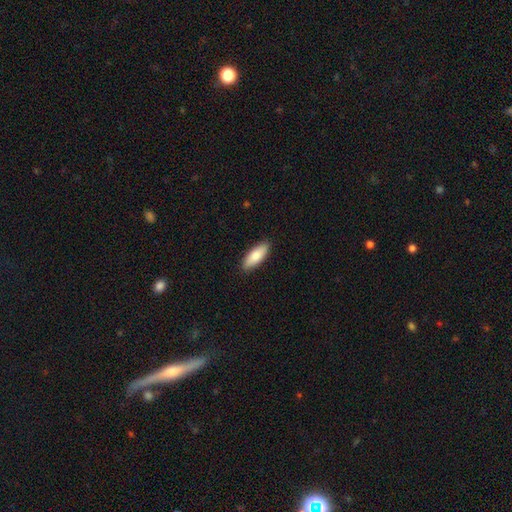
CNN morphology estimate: smooth 81%, featured or disk 13%, star or artifact 6%. Down the decision tree: how rounded — in between (73%); merging — none (89%).